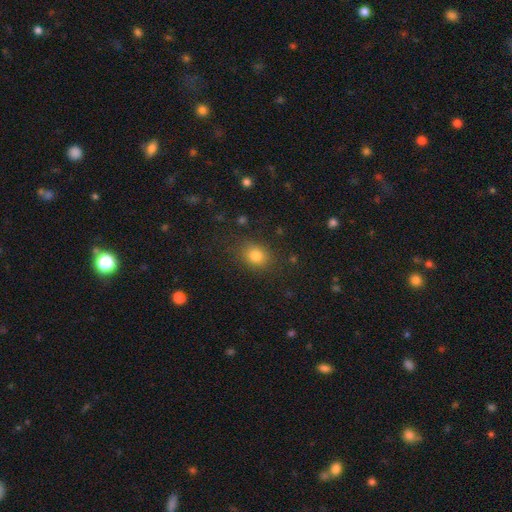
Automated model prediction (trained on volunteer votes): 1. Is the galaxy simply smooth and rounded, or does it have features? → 82% smooth, 11% star or artifact, 7% featured or disk.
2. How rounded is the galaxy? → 54% in between, 45% round, 1% cigar-shaped.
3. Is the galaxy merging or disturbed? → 81% none, 12% minor disturbance, 5% major disturbance, 2% merger.